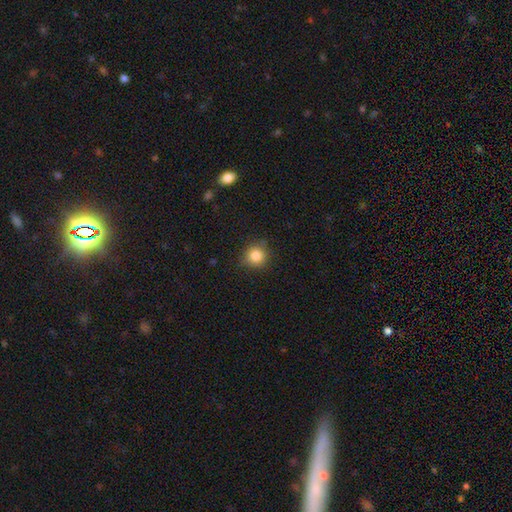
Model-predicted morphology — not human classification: A smooth galaxy with no disk features (84%) that is round (91%). Merging: none (82%).